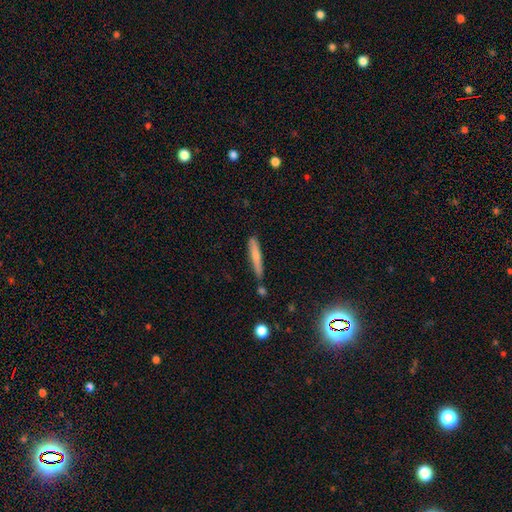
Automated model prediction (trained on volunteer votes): smooth-or-featured: smooth: 67% | featured or disk: 26% | star or artifact: 7%
  how-rounded: cigar-shaped: 92% | in between: 6% | round: 2%
  merging: none: 72% | minor disturbance: 18% | merger: 7% | major disturbance: 3%